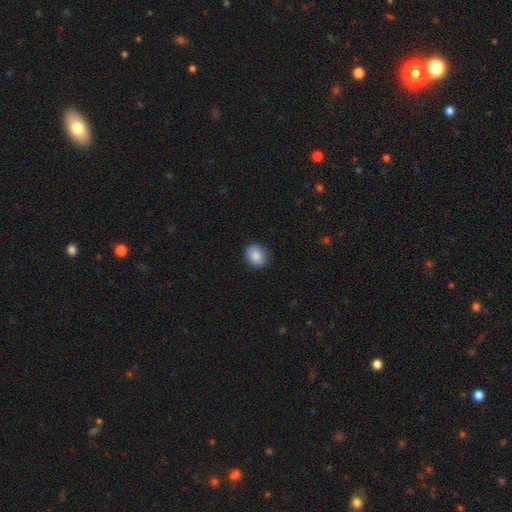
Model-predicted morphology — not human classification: A smooth galaxy with no disk features (86%) that is round (51%).

Vote fractions:
- Smooth or featured? smooth: 86% / star or artifact: 8% / featured or disk: 6%
- How rounded? round: 51% / in between: 48% / cigar-shaped: 1%
- Merging? none: 85% / minor disturbance: 12% / major disturbance: 2% / merger: 1%